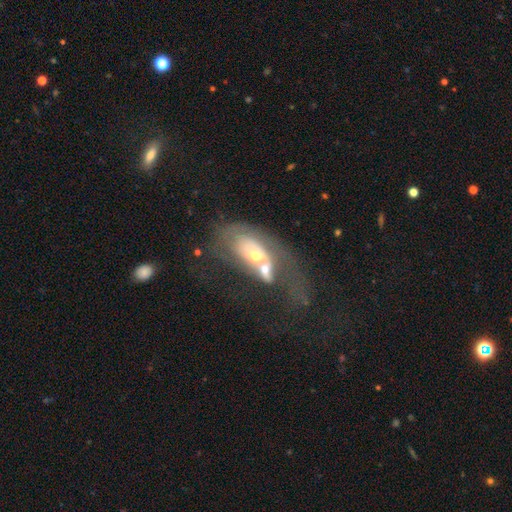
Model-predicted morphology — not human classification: Overall: featured or disk (57%; smooth 34%). Edge-on disk: no (91%). Bar: no (83%). Spiral arms: no (70%; yes 30%). Bulge size: moderate (58%; small 31%). Merging: merger (58%; major disturbance 23%).